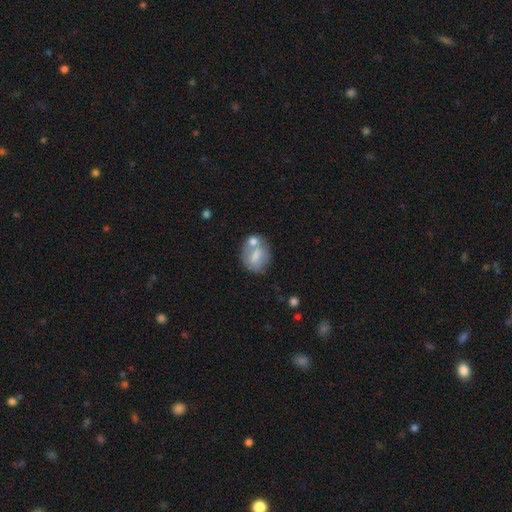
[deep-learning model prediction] This appears to be a smooth galaxy with no disk features (66%) that is round (55%). Merging: none (44%).